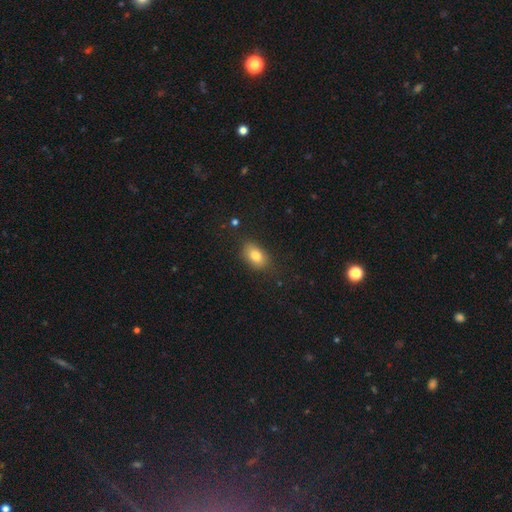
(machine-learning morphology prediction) Q: Smooth or featured?
A: smooth (82%); runner-up: featured or disk (9%)
Q: How rounded?
A: in between (85%); runner-up: round (12%)
Q: Merging?
A: none (79%); runner-up: minor disturbance (16%)